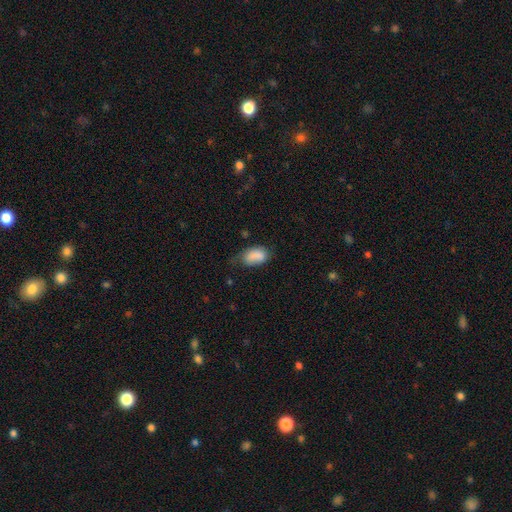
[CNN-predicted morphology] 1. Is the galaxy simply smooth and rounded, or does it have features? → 84% smooth, 8% featured or disk, 8% star or artifact.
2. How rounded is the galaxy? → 90% in between, 8% round, 2% cigar-shaped.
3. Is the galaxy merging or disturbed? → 50% none, 36% minor disturbance, 12% major disturbance, 3% merger.